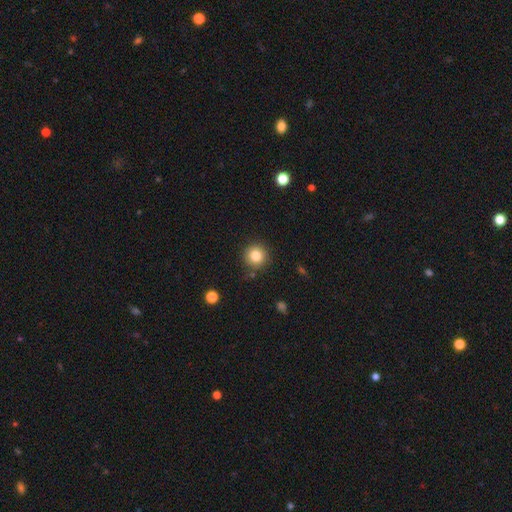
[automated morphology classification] Smooth or featured? Predicted: smooth (p=0.82). How rounded? Predicted: round (p=0.94). Merging? Predicted: none (p=0.87).